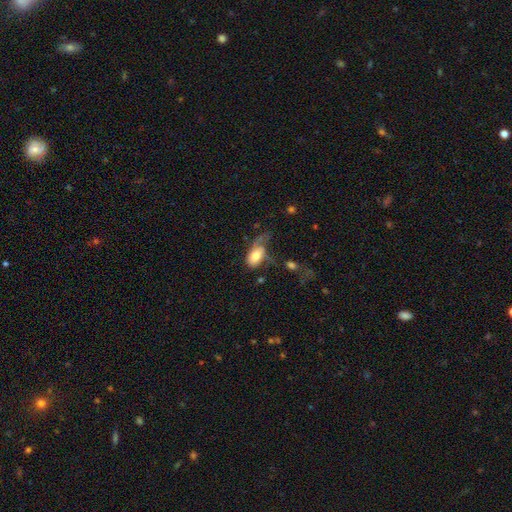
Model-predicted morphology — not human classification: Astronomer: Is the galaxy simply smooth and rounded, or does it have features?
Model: smooth — 65%.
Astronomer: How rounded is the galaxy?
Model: in between — 91%.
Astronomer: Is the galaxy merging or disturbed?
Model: major disturbance — 43% (runner-up: minor disturbance, 25%).